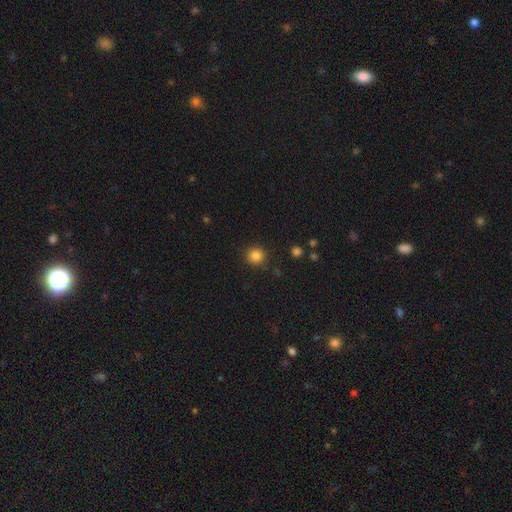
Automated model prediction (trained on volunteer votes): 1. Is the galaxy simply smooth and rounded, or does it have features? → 85% smooth, 12% star or artifact, 4% featured or disk.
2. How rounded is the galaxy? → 93% round, 6% in between, 1% cigar-shaped.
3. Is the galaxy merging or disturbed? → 90% none, 6% minor disturbance, 2% major disturbance, 2% merger.